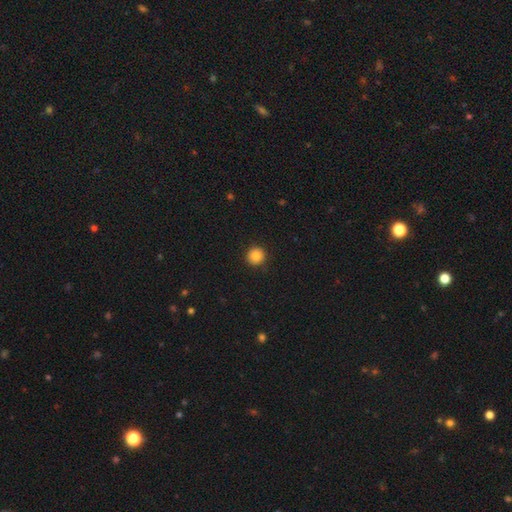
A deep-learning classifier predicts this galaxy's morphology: smooth-or-featured: smooth: 84% | star or artifact: 10% | featured or disk: 6%
  how-rounded: round: 94% | in between: 5% | cigar-shaped: 1%
  merging: none: 92% | minor disturbance: 6% | major disturbance: 2% | merger: 1%